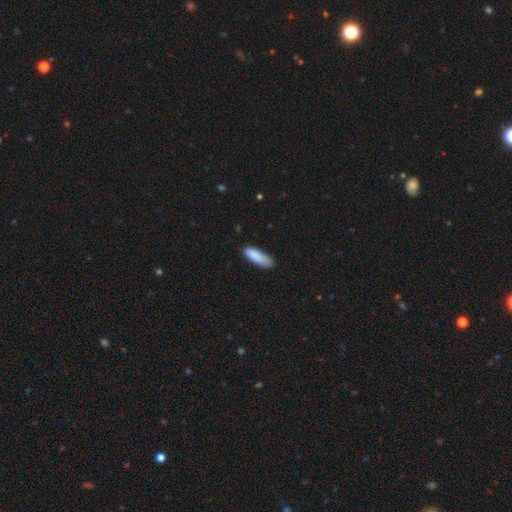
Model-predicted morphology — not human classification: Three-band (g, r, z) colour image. It shows a smooth galaxy with no disk features (88%) that is in between round and cigar-shaped (52%). Merging: none (75%).